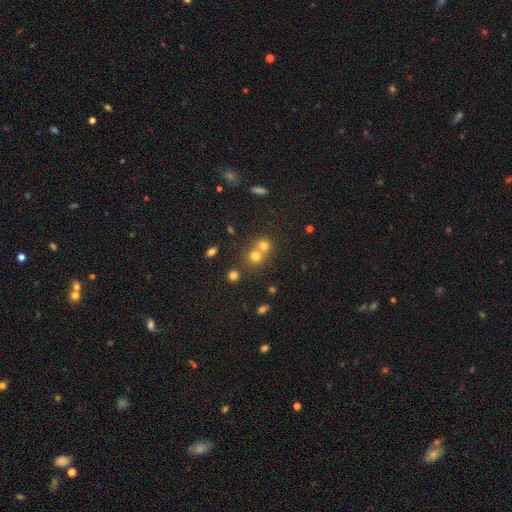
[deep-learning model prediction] A smooth galaxy with no disk features (72%) that is round (85%). Merging: merger (50%).